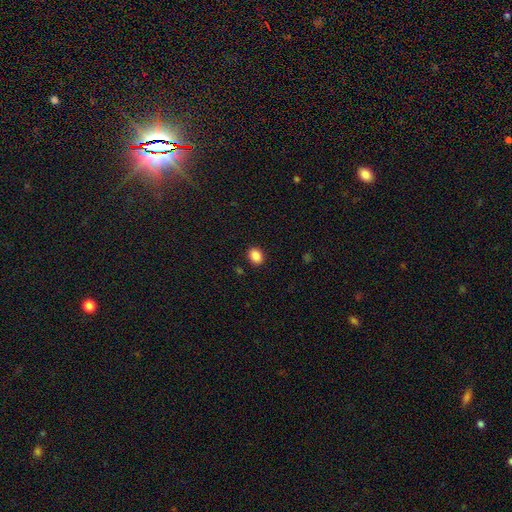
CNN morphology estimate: Smooth or featured?
  - smooth: 87% *
  - star or artifact: 10%
  - featured or disk: 3%
How rounded?
  - round: 51% *
  - in between: 48%
  - cigar-shaped: 1%
Merging?
  - none: 90% *
  - minor disturbance: 7%
  - major disturbance: 2%
  - merger: 1%